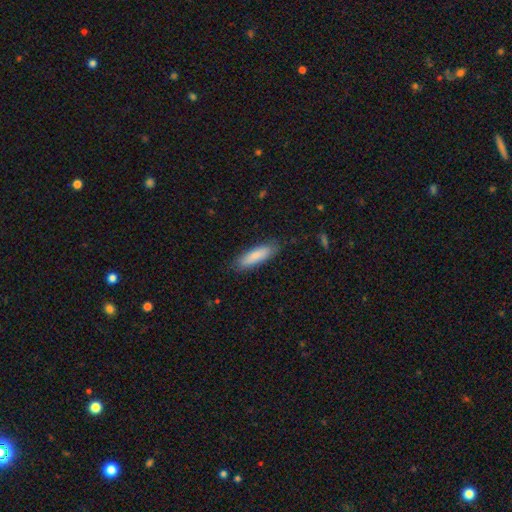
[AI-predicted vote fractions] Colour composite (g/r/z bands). It shows a smooth galaxy with no disk features (85%) that is cigar-shaped (60%). Merging: none (84%).